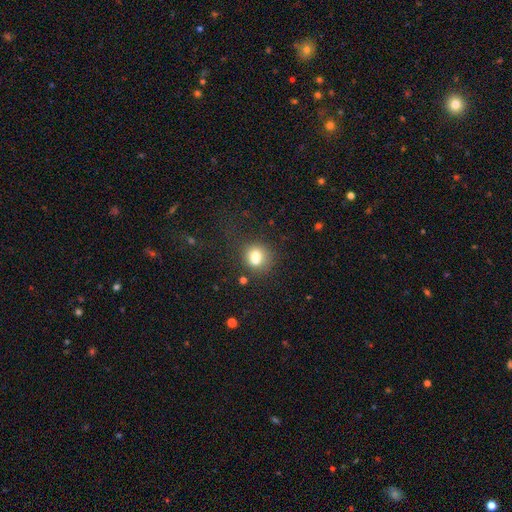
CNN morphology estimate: This appears to be a smooth galaxy with no disk features (70%) that is round (78%). Merging: none (43%).